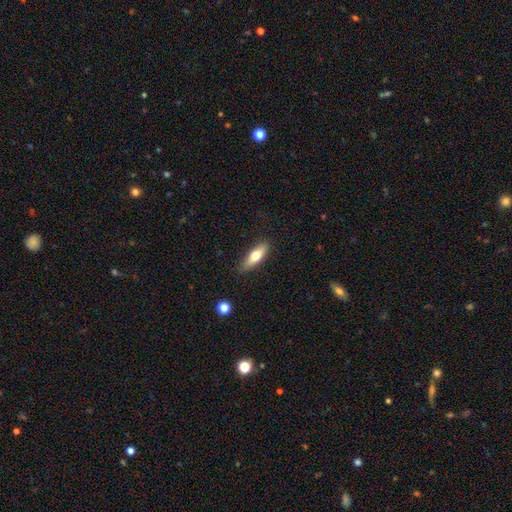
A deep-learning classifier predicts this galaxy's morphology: Smooth or featured?
  - smooth: 63% *
  - featured or disk: 31%
  - star or artifact: 6%
How rounded?
  - in between: 49% *
  - cigar-shaped: 48%
  - round: 3%
Merging?
  - none: 83% *
  - minor disturbance: 13%
  - major disturbance: 3%
  - merger: 1%